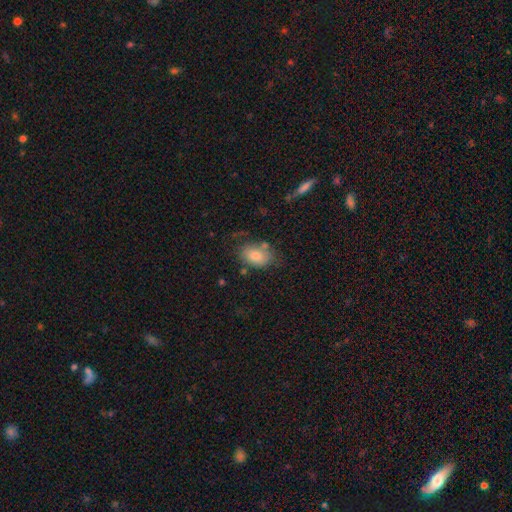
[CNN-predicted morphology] A smooth galaxy with no disk features (78%) that is in between round and cigar-shaped (80%).

Vote fractions:
- Smooth or featured? smooth: 78% / featured or disk: 14% / star or artifact: 9%
- How rounded? in between: 80% / round: 18% / cigar-shaped: 1%
- Merging? none: 66% / minor disturbance: 20% / merger: 8% / major disturbance: 6%